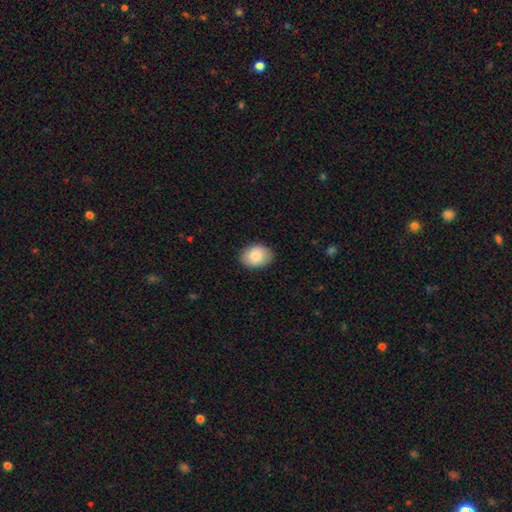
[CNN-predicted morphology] Smooth or featured? Predicted: smooth (p=0.87). How rounded? Predicted: in between (p=0.70). Merging? Predicted: none (p=0.87).